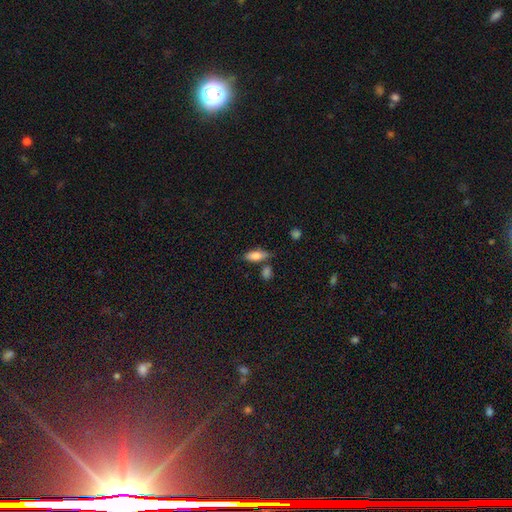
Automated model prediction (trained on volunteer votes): Overall: smooth (75%). How rounded: in between (77%). Merging: none (62%).